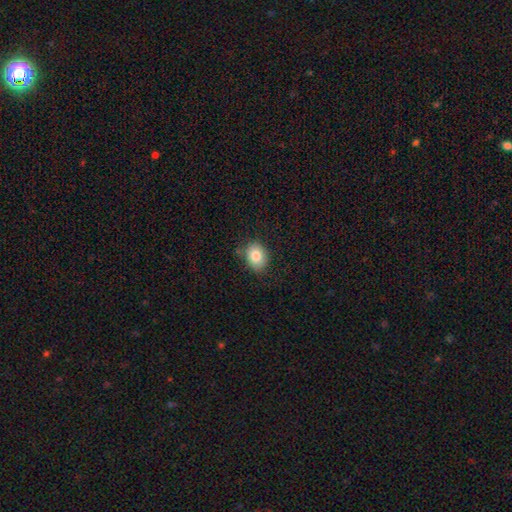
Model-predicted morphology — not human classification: Smooth or featured?
  - smooth: 84% *
  - star or artifact: 8%
  - featured or disk: 8%
How rounded?
  - in between: 59% *
  - round: 40%
  - cigar-shaped: 1%
Merging?
  - none: 75% *
  - minor disturbance: 20%
  - major disturbance: 4%
  - merger: 2%